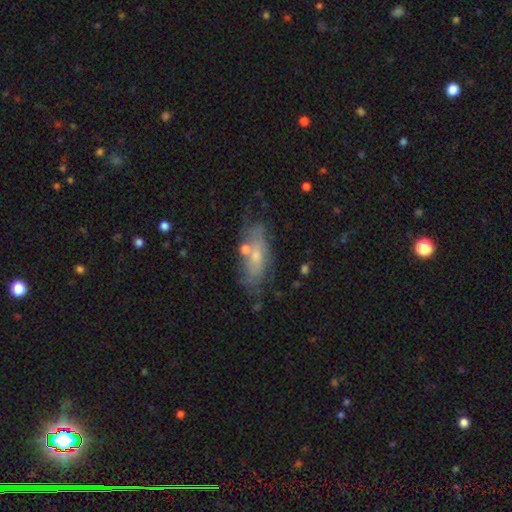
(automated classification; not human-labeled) smooth-or-featured: smooth: 45% | featured or disk: 44% | star or artifact: 10%
  merging: none: 62% | minor disturbance: 21% | major disturbance: 8% | merger: 8%